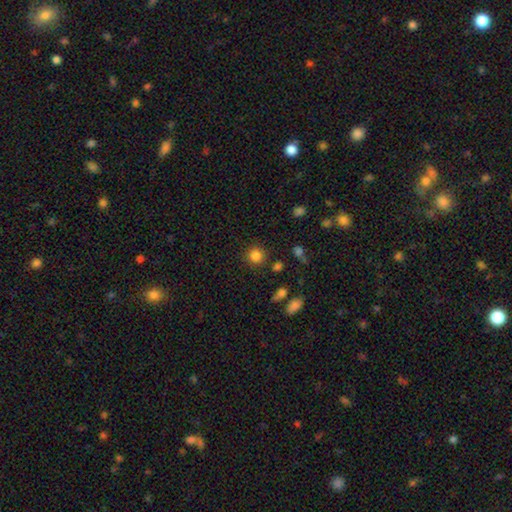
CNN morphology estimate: Smooth or featured: smooth — 83% (star or artifact — 12%)
How rounded: round — 92% (in between — 7%)
Merging: none — 87% (minor disturbance — 7%)